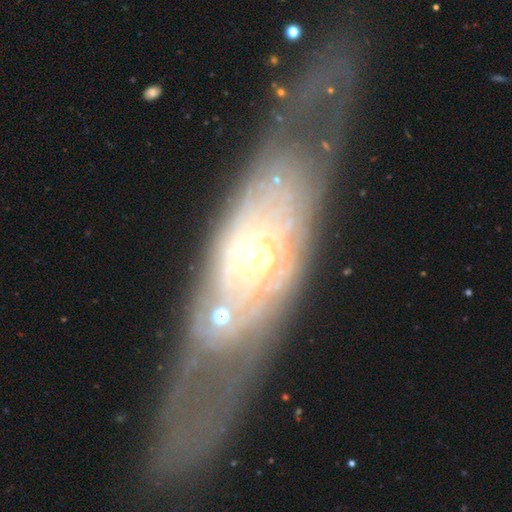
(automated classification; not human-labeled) A featured or disk galaxy (75%) with no bar (77%), no spiral arms (54%) and a moderate central bulge (46%). Merging: none (62%).